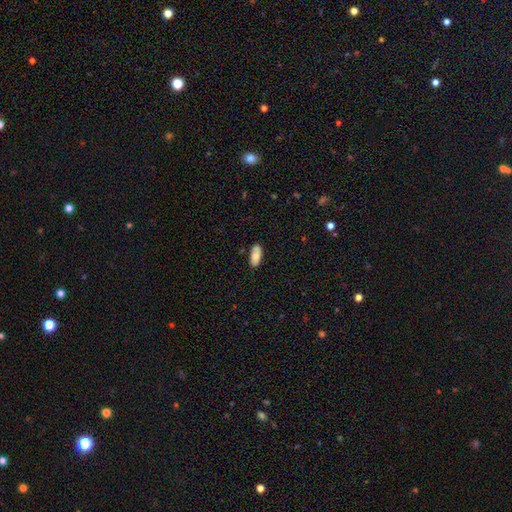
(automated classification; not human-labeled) Q: Smooth or featured?
A: smooth (77%); runner-up: featured or disk (16%)
Q: How rounded?
A: in between (89%); runner-up: cigar-shaped (9%)
Q: Merging?
A: none (79%); runner-up: minor disturbance (15%)